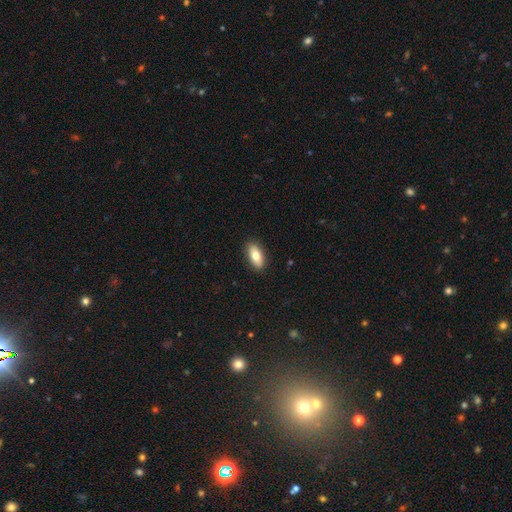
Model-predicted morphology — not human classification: A smooth galaxy with no disk features (78%) that is in between round and cigar-shaped (86%).

Vote fractions:
- Smooth or featured? smooth: 78% / featured or disk: 15% / star or artifact: 7%
- How rounded? in between: 86% / cigar-shaped: 11% / round: 3%
- Merging? none: 90% / minor disturbance: 7% / major disturbance: 2% / merger: 1%